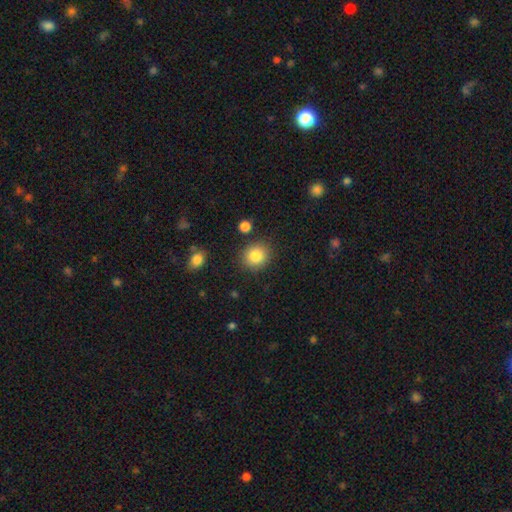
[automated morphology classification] Smooth or featured? smooth (85%)
How rounded? round (78%)
Merging? none (85%)